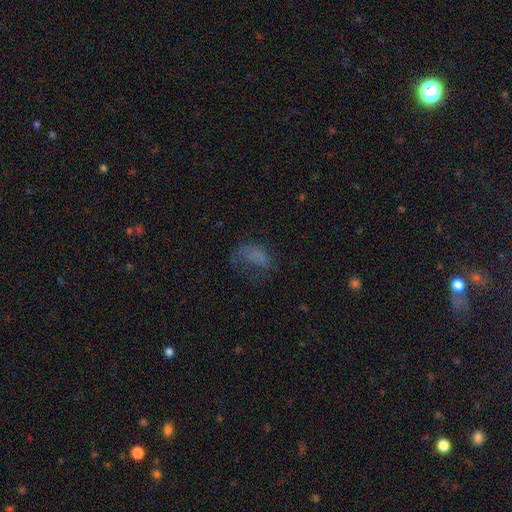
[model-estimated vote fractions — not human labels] Smooth or featured? Predicted: smooth (p=0.51). How rounded? Predicted: in between (p=0.82). Merging? Predicted: major disturbance (p=0.47).